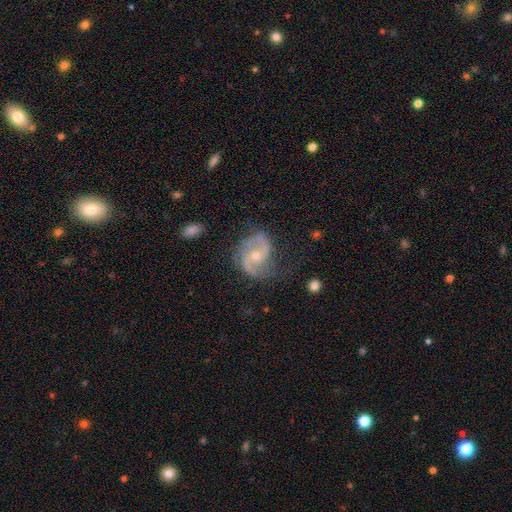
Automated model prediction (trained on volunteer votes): Smooth or featured? featured or disk (88%)
Edge-on disk? no (98%)
Bar? no (57%)
Spiral arms? yes (96%)
Spiral winding? medium (50%)
Spiral arm count? 2 (87%)
Bulge size? moderate (52%)
Merging? none (66%)